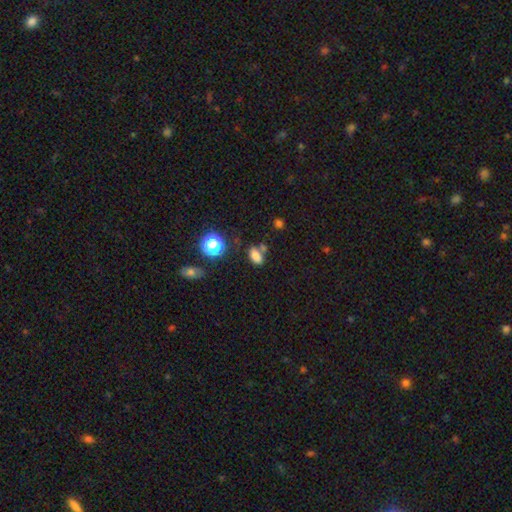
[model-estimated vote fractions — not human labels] This is likely a smooth galaxy (77%). How rounded: clearly in between (83%). Merging: possibly none (60%).